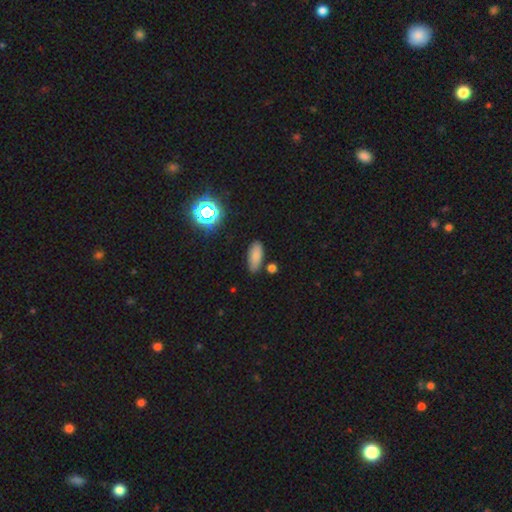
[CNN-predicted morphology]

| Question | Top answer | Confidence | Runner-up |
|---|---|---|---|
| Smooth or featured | smooth | 78% | star or artifact (14%) |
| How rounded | in between | 81% | cigar-shaped (15%) |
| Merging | none | 80% | minor disturbance (12%) |